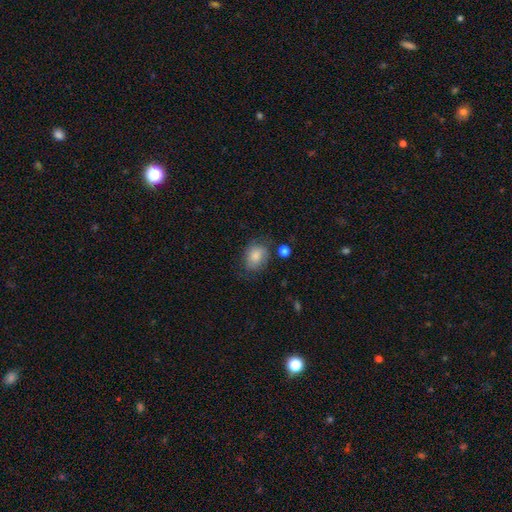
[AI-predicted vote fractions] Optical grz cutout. It shows a smooth galaxy with no disk features (79%) that is in between round and cigar-shaped (61%). Merging: none (65%).